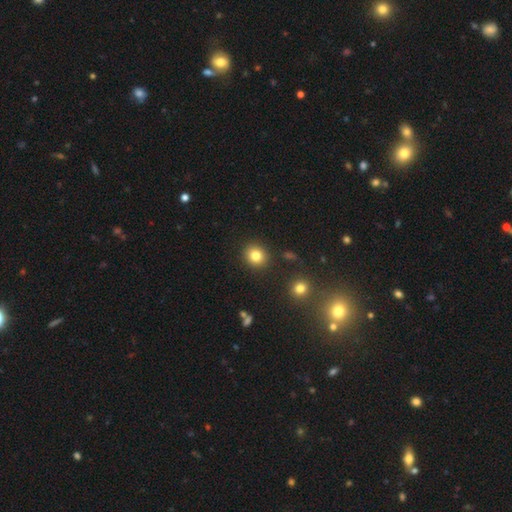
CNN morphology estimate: Smooth or featured? smooth (82%)
How rounded? round (83%)
Merging? none (89%)